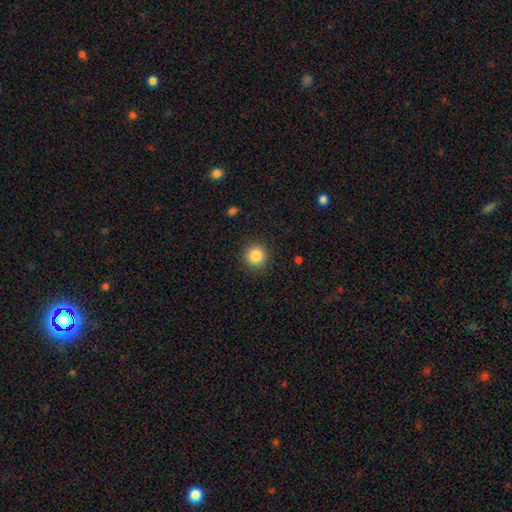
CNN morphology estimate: Overall: smooth (86%). How rounded: round (93%). Merging: none (89%).